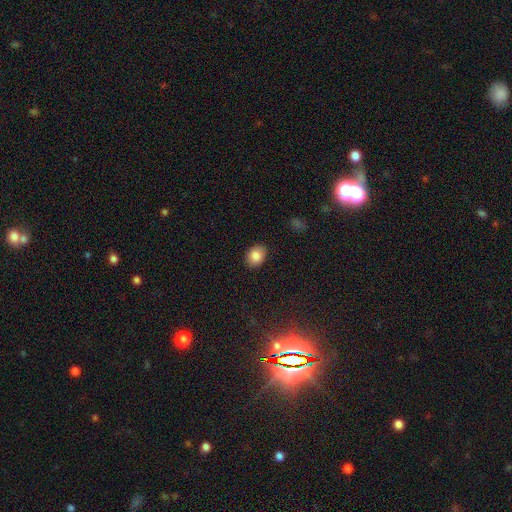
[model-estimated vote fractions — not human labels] Q: Smooth or featured?
A: smooth (86%); runner-up: star or artifact (8%)
Q: How rounded?
A: in between (67%); runner-up: round (32%)
Q: Merging?
A: none (86%); runner-up: minor disturbance (11%)